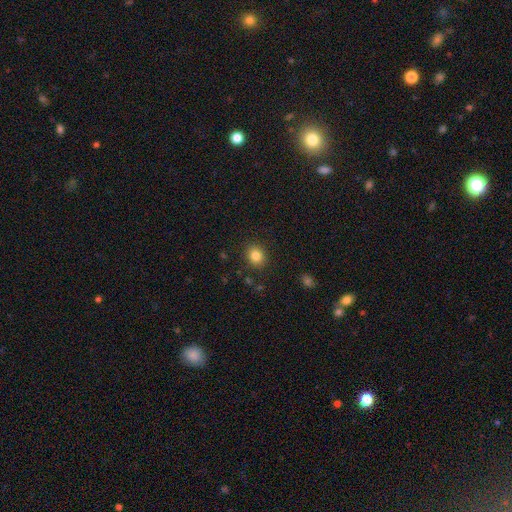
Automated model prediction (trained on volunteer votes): Overall: smooth (83%). How rounded: round (75%). Merging: none (89%).